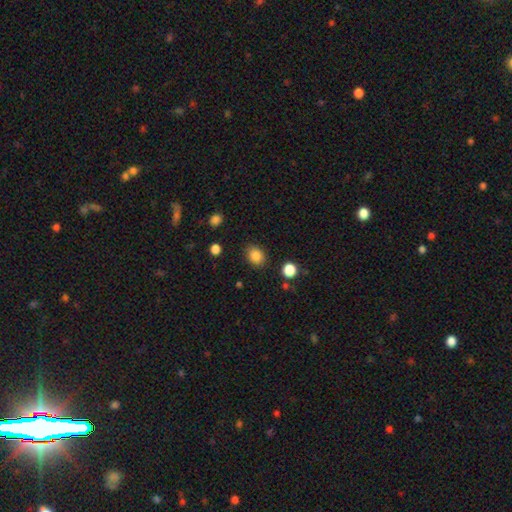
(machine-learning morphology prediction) Overall: smooth (85%). How rounded: in between (53%; round 46%). Merging: none (84%).